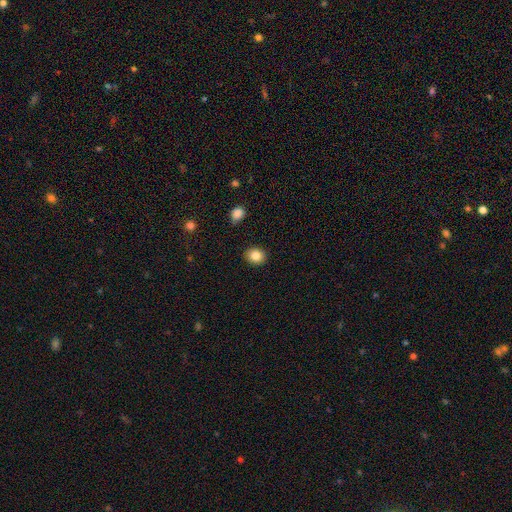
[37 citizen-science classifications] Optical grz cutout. It shows a smooth galaxy with no disk features (95%) that is in between round and cigar-shaped (57%). Merging: none (89%).